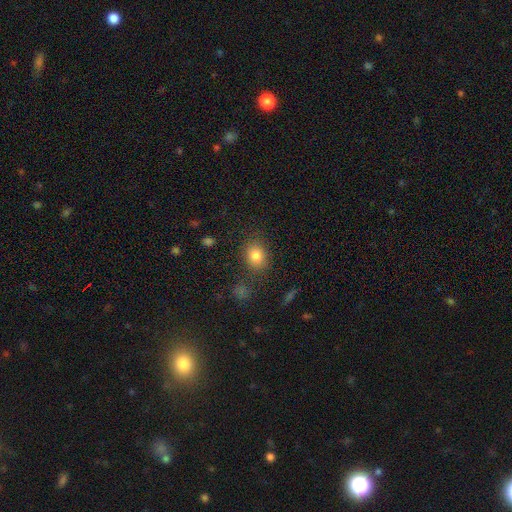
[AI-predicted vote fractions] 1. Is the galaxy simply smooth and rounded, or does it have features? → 83% smooth, 11% star or artifact, 7% featured or disk.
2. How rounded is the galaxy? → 52% round, 47% in between, 1% cigar-shaped.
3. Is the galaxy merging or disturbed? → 80% none, 12% minor disturbance, 4% major disturbance, 4% merger.